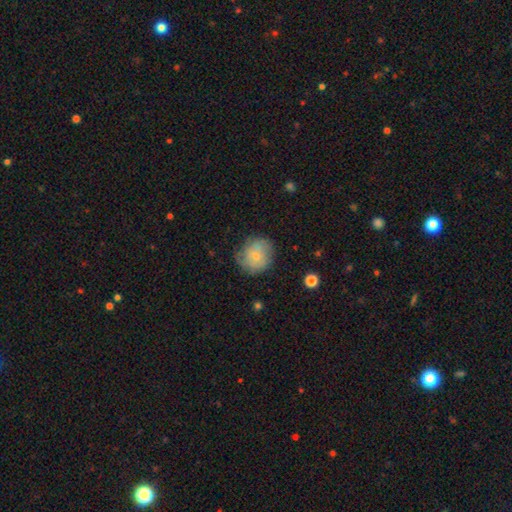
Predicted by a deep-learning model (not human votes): Smooth or featured: smooth — 58% (featured or disk — 34%)
How rounded: round — 83% (in between — 16%)
Merging: none — 72% (minor disturbance — 20%)